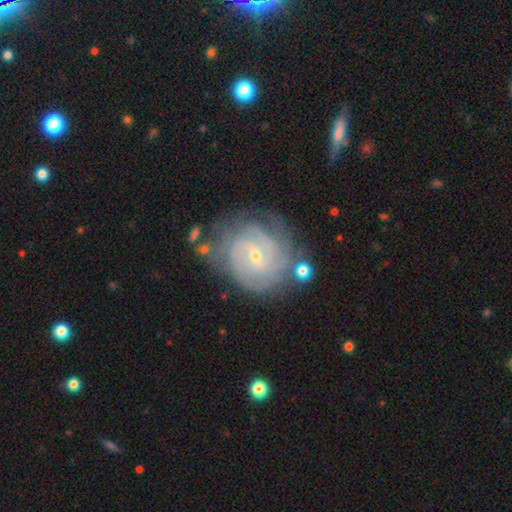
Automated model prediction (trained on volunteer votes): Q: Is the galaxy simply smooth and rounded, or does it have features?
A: featured or disk — 86%.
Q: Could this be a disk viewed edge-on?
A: no — 97%.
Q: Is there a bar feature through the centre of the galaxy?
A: weak — 52%.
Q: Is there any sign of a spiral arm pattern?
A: yes — 96%.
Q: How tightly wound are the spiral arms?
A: tight — 70%.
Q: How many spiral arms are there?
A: can't tell — 27%.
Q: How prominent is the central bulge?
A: small — 66%.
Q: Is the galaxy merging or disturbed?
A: none — 65%.